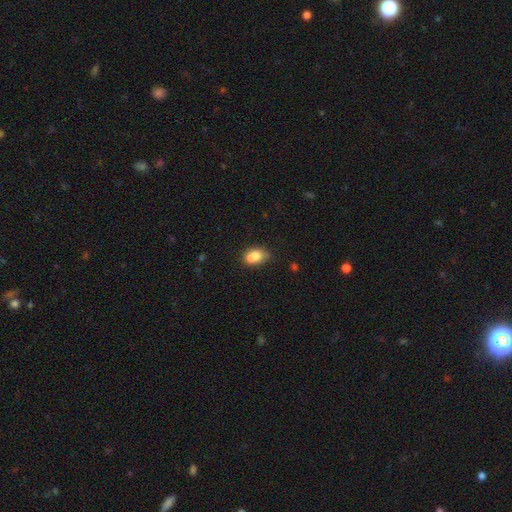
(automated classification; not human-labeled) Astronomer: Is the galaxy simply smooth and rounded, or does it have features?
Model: smooth — 75%.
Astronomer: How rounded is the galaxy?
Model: in between — 73%.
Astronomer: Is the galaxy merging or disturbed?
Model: none — 40% (runner-up: merger, 35%).